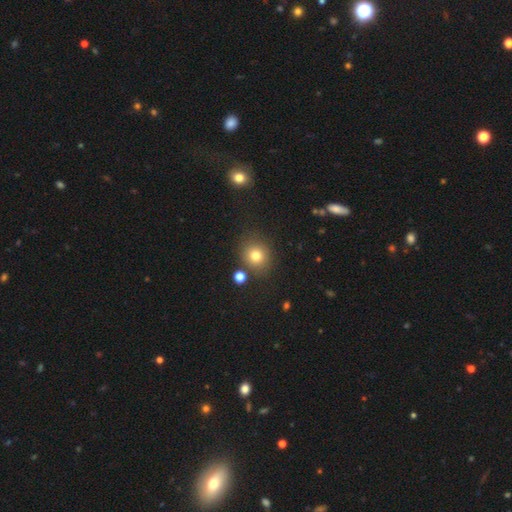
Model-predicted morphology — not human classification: smooth-or-featured: smooth: 77% | star or artifact: 14% | featured or disk: 9%
  how-rounded: round: 83% | in between: 16% | cigar-shaped: 1%
  merging: none: 80% | minor disturbance: 10% | merger: 6% | major disturbance: 4%